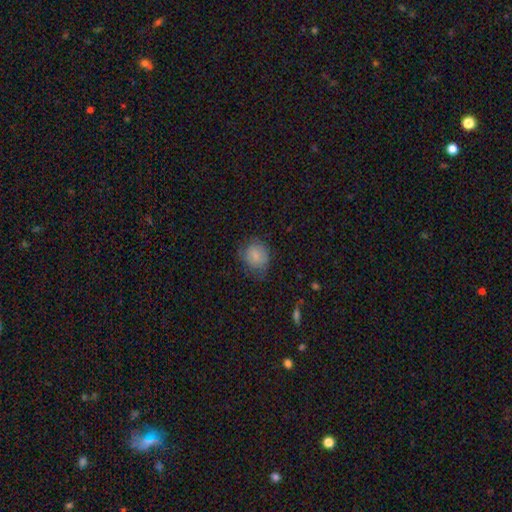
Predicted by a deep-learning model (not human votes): Smooth or featured?
  - smooth: 80% *
  - featured or disk: 12%
  - star or artifact: 8%
How rounded?
  - round: 69% *
  - in between: 30%
  - cigar-shaped: 1%
Merging?
  - none: 61% *
  - minor disturbance: 27%
  - major disturbance: 11%
  - merger: 1%